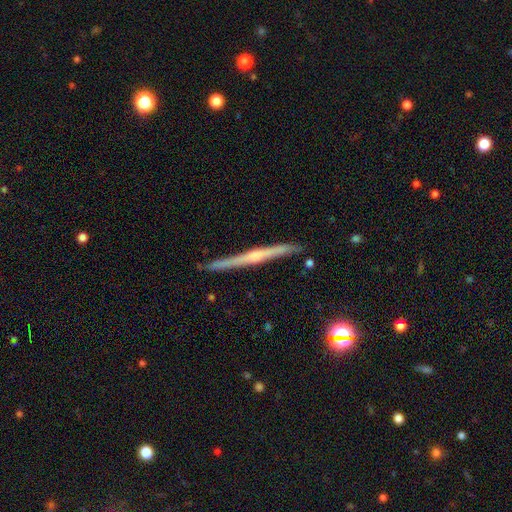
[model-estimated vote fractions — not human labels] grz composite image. It shows a featured or disk galaxy (74%) viewed edge-on (98%) with a rounded central bulge (58%). Merging: none (89%).